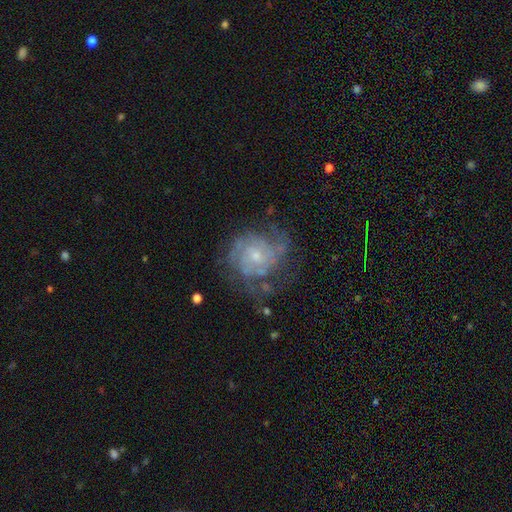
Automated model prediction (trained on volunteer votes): Morphology: type=featured or disk (78%); edge-on=no (98%); bar=no (73%); spiral arms=yes (87%); winding=tight (55%); arm count=can't tell (41%); bulge=small (65%); merging=none (60%).